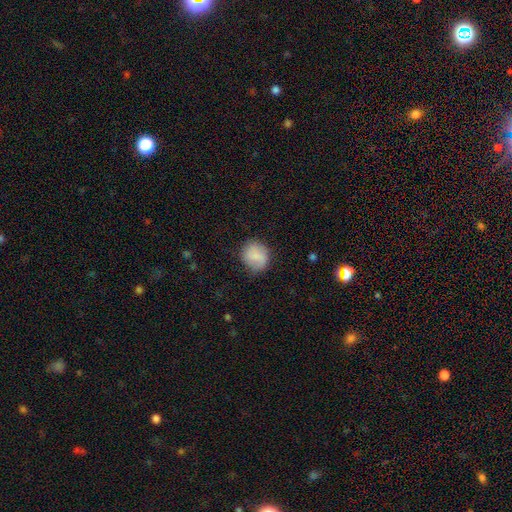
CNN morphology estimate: Overall: smooth (78%). How rounded: round (78%). Merging: none (75%).